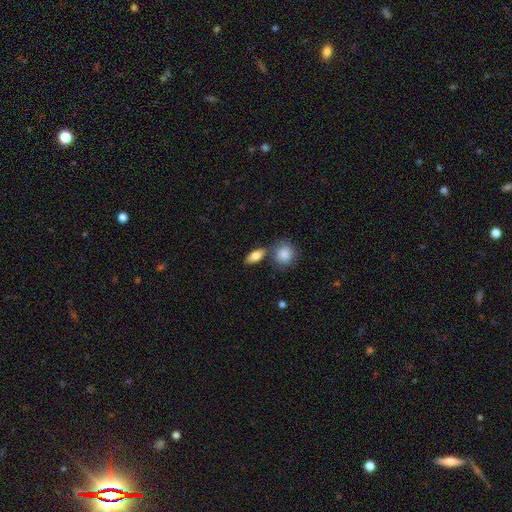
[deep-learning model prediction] A smooth galaxy with no disk features (80%) that is in between round and cigar-shaped (79%).

Vote fractions:
- Smooth or featured? smooth: 80% / featured or disk: 14% / star or artifact: 7%
- How rounded? in between: 79% / cigar-shaped: 13% / round: 8%
- Merging? none: 67% / merger: 18% / minor disturbance: 11% / major disturbance: 3%